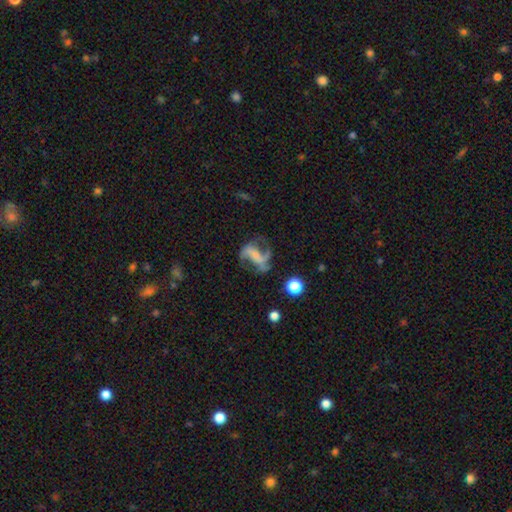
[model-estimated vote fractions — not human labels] This appears to be a featured or disk galaxy (77%) with no bar (36%), 2 (78%) loose (58%) spiral arms (90%) and no central bulge (46%). Merging: none (48%).